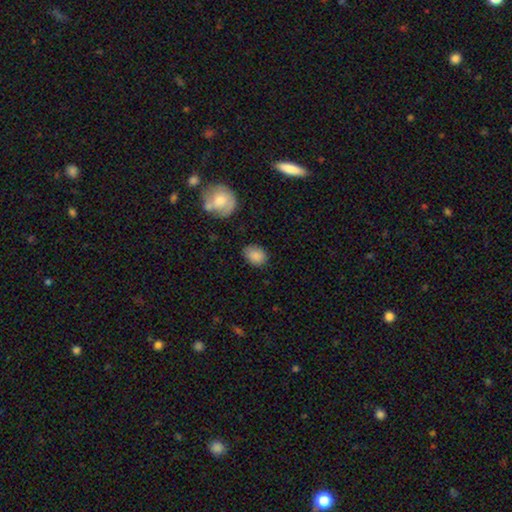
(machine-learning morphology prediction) Smooth or featured: smooth — 85% (star or artifact — 8%)
How rounded: in between — 64% (round — 35%)
Merging: none — 75% (minor disturbance — 19%)